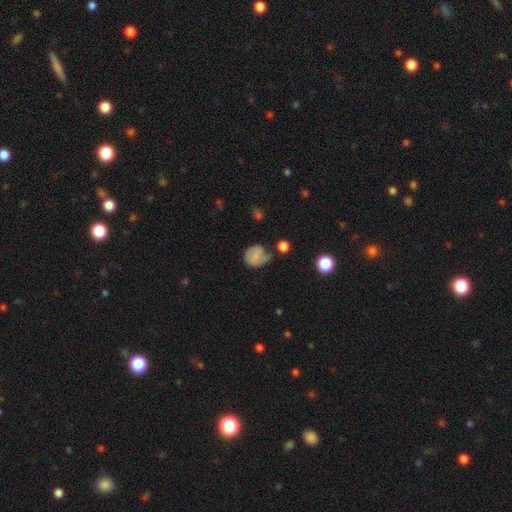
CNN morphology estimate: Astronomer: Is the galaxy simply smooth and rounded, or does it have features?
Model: smooth — 69%.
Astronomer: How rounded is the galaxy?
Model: round — 72%.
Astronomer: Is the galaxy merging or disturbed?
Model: none — 41% (runner-up: minor disturbance, 32%).